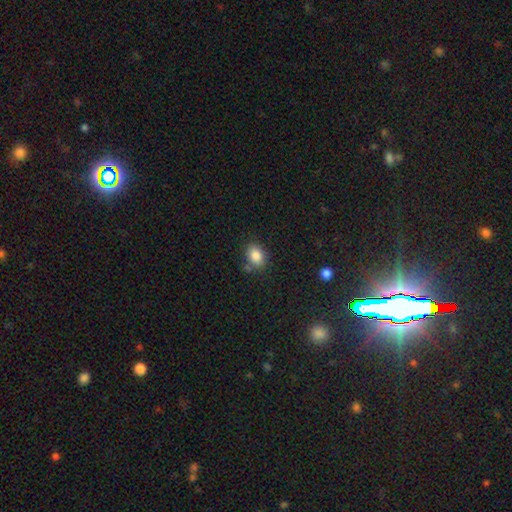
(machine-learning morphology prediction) Q: Smooth or featured?
A: smooth (85%); runner-up: star or artifact (9%)
Q: How rounded?
A: in between (72%); runner-up: round (27%)
Q: Merging?
A: none (71%); runner-up: minor disturbance (17%)